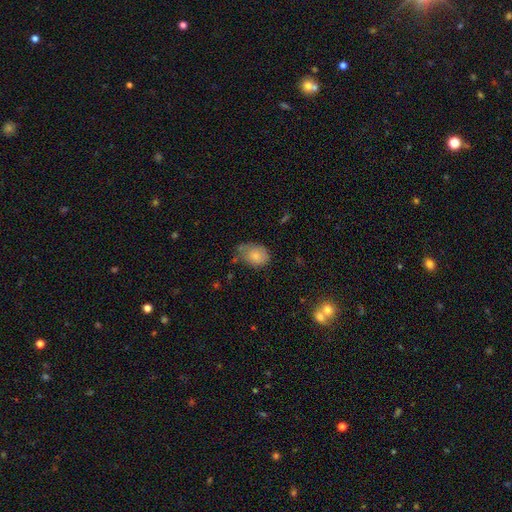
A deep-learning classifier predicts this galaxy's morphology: This is likely a smooth galaxy (77%). How rounded: likely in between (62%). Merging: possibly none (49%).